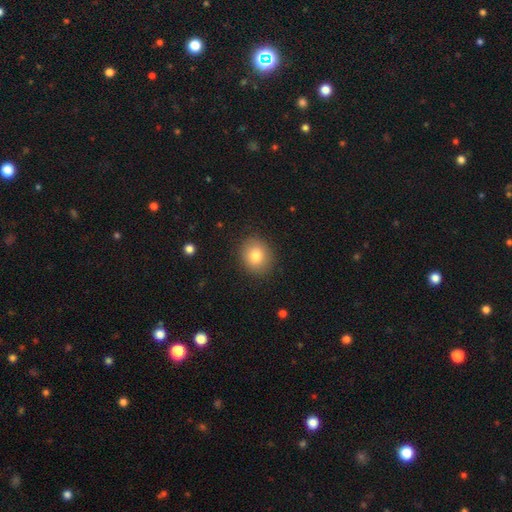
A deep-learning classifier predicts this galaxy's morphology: Overall: smooth (81%). How rounded: round (69%; in between 30%). Merging: none (88%).